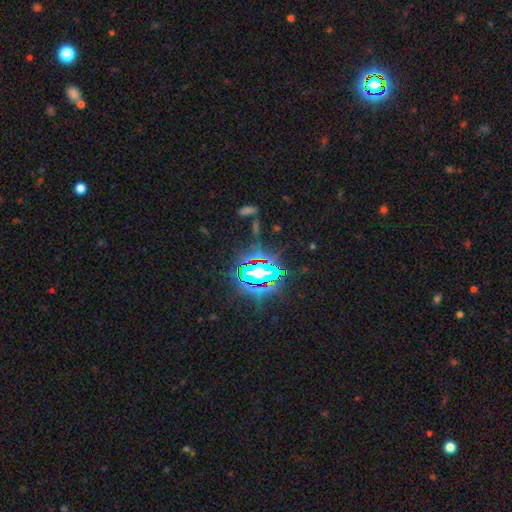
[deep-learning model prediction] The model was most divided on "smooth or featured": star or artifact: 82%, smooth: 11%, featured or disk: 7%.